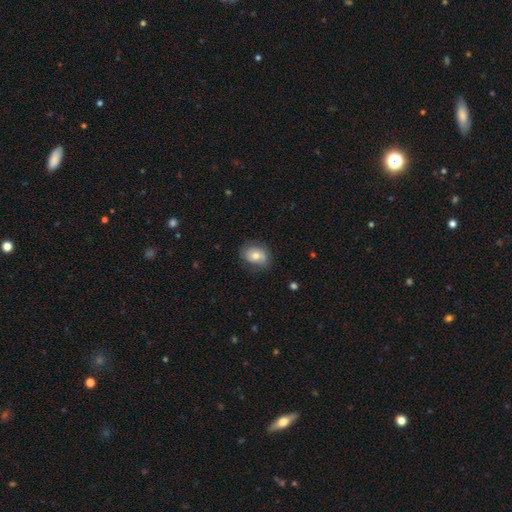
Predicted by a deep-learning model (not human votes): Smooth or featured? Predicted: smooth (p=0.60). How rounded? Predicted: in between (p=0.65). Merging? Predicted: none (p=0.72).